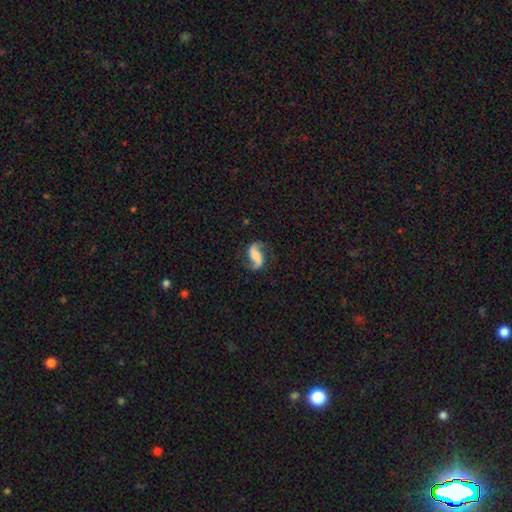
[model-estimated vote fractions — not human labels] This is clearly a featured or disk galaxy (83%). It is clearly not viewed edge-on (97%). Bar: marginally no (38%). Spiral arm pattern: clearly yes (96%). Spiral arm count: clearly 2 (92%). Spiral winding: likely loose (63%). Central bulge: marginally small (35%). Merging: likely none (77%).